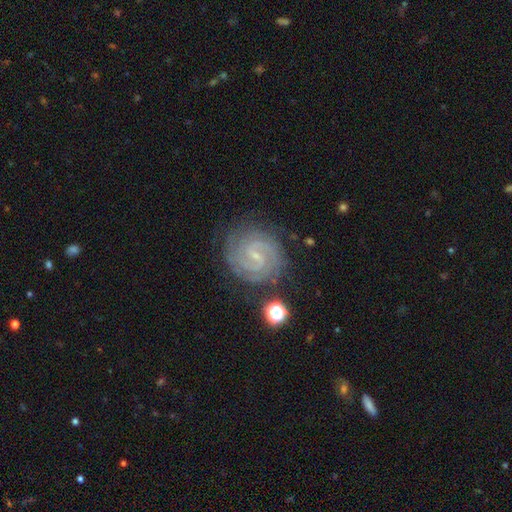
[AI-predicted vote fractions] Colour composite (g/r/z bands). It shows a featured or disk galaxy (89%) with a weak bar (54%), 2 (63%) tight (68%) spiral arms (98%) and a small central bulge (81%). Merging: none (82%).